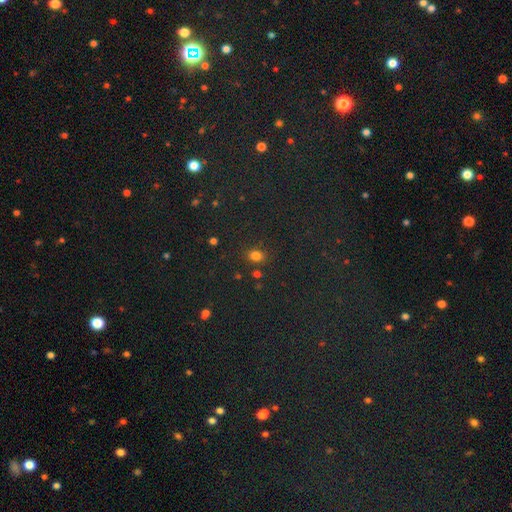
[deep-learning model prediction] Morphology: type=smooth (77%); roundness=in between (57%); merging=none (81%).